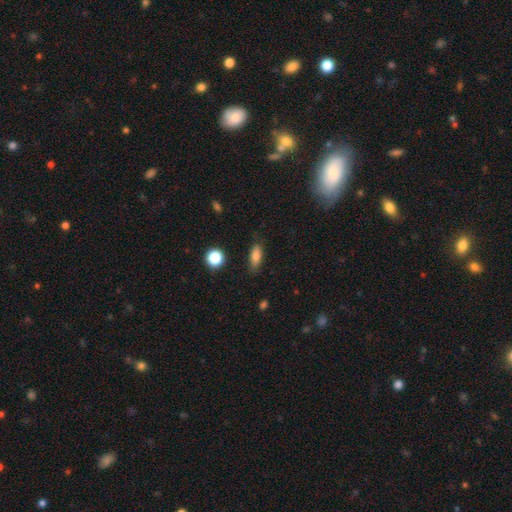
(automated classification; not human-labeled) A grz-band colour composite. It shows a smooth galaxy with no disk features (81%) that is in between round and cigar-shaped (69%). Merging: none (78%).